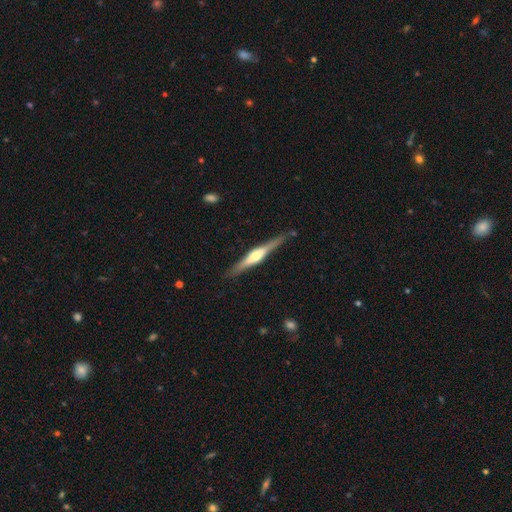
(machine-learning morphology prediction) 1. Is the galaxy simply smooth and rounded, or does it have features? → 74% featured or disk, 21% smooth, 5% star or artifact.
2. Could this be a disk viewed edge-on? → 98% yes, 2% no.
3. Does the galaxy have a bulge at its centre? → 82% rounded, 14% boxy, 5% none.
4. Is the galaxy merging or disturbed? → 87% none, 10% minor disturbance, 2% major disturbance, 1% merger.